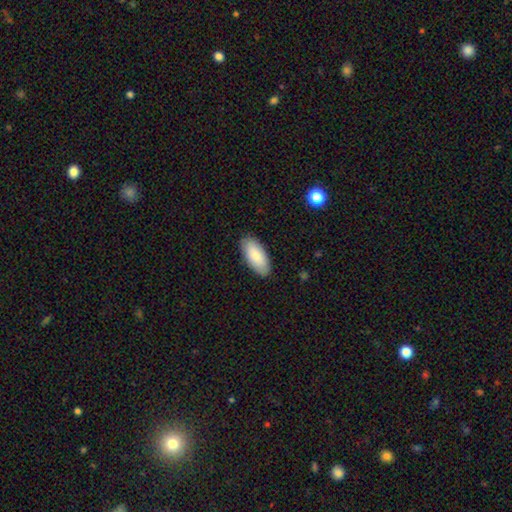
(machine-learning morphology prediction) Smooth or featured? smooth (84%)
How rounded? in between (92%)
Merging? none (87%)